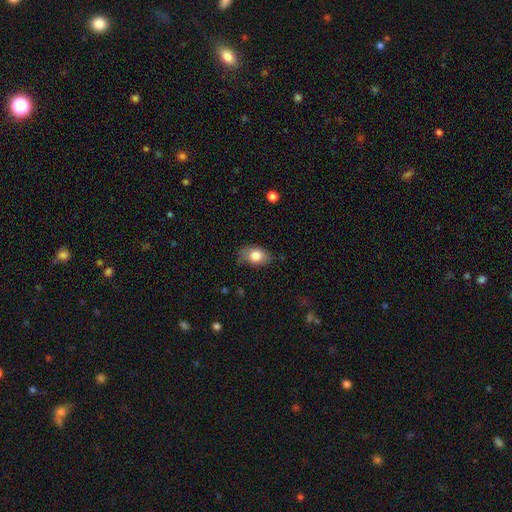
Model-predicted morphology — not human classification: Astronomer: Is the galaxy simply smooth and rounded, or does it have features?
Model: smooth — 81%.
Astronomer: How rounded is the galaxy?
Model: in between — 79%.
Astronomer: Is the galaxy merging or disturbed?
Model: none — 68%.